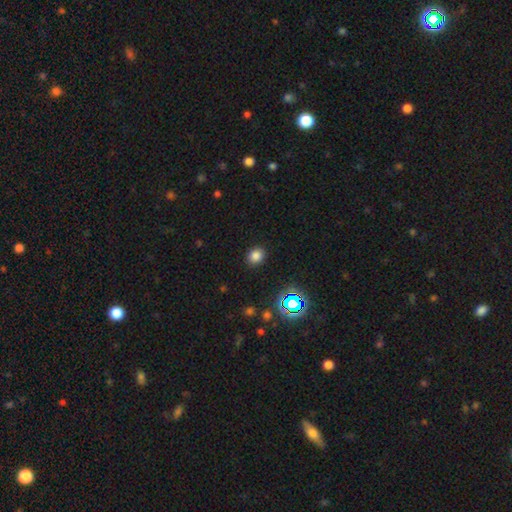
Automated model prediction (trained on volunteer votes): A smooth galaxy with no disk features (77%) that is round (63%). Merging: none (89%).